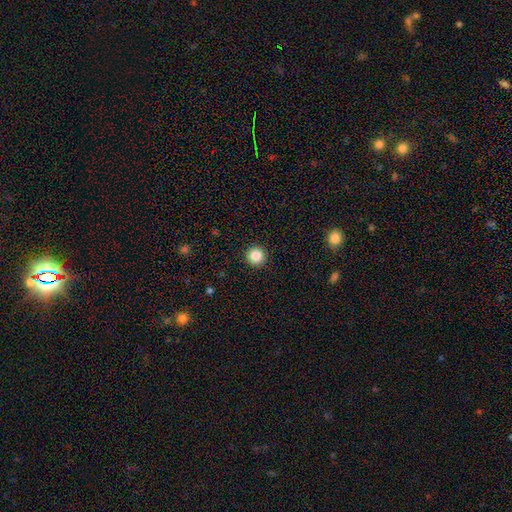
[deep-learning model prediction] smooth 86%, star or artifact 10%, featured or disk 4%. Down the decision tree: how rounded — round (96%); merging — none (93%).